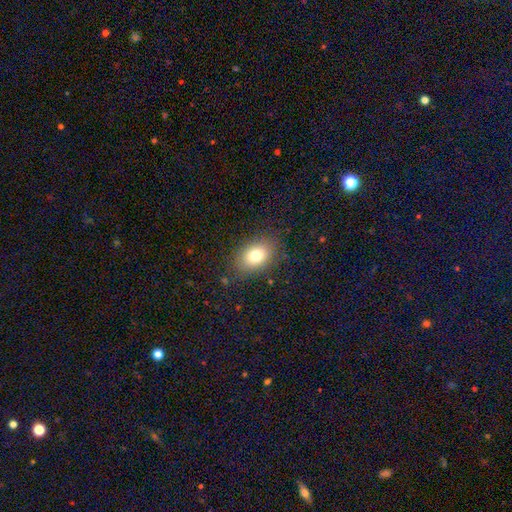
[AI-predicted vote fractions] Overall: smooth (76%). How rounded: in between (78%). Merging: none (83%).